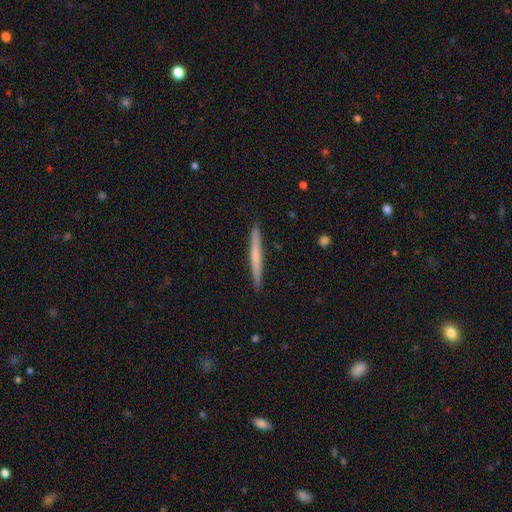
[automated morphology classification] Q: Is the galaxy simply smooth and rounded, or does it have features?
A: smooth — 50%.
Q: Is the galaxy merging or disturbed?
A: none — 92%.